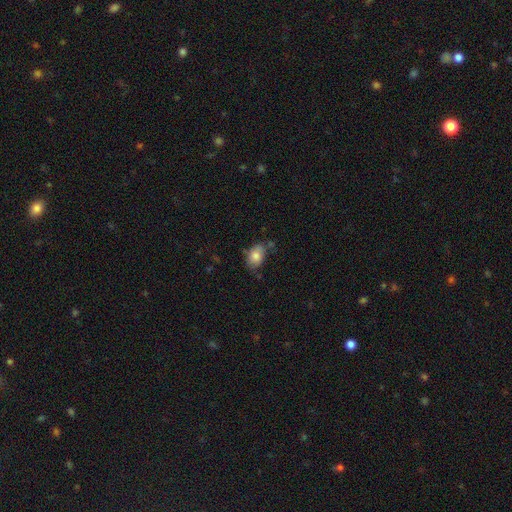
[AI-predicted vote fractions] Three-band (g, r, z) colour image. It shows a smooth galaxy with no disk features (80%) that is in between round and cigar-shaped (80%). Merging: none (61%).